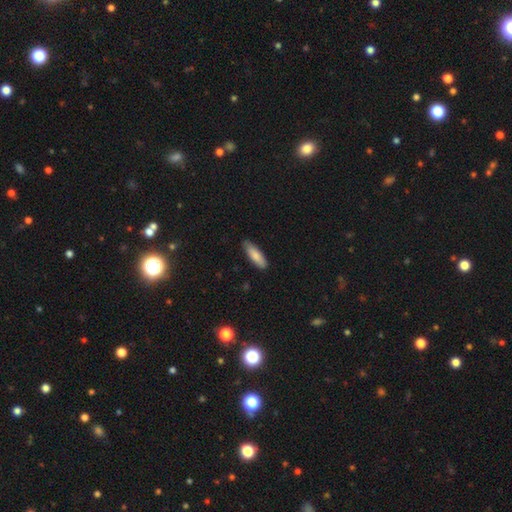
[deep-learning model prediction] Smooth or featured: smooth — 84% (featured or disk — 10%)
How rounded: cigar-shaped — 50% (in between — 49%)
Merging: none — 83% (minor disturbance — 14%)